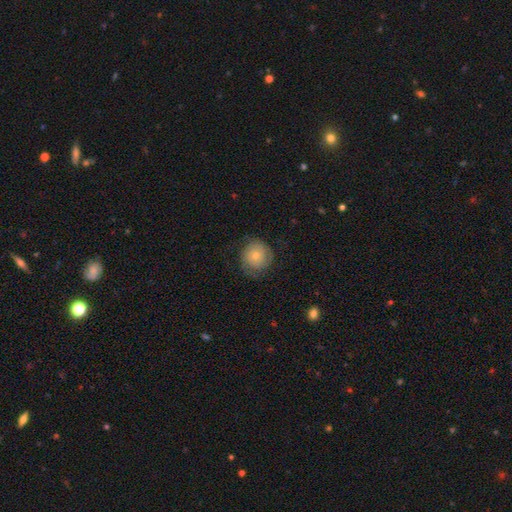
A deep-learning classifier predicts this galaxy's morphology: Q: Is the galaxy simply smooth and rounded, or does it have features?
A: smooth — 64%.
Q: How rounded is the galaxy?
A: round — 87%.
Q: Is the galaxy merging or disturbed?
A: none — 67%.